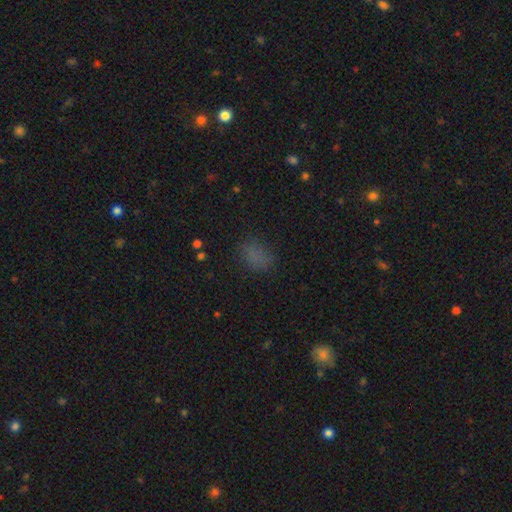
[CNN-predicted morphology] Smooth or featured? smooth (74%)
How rounded? in between (76%)
Merging? none (74%)